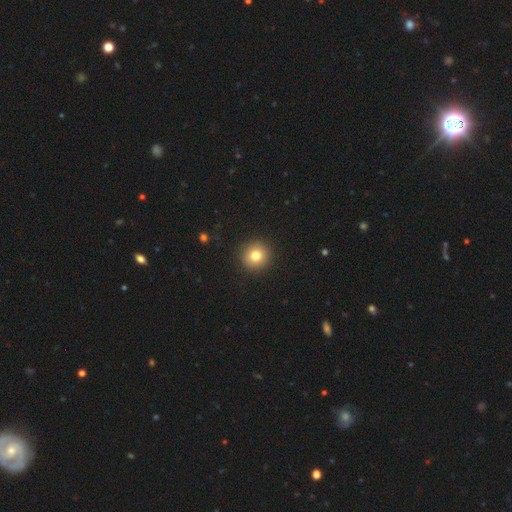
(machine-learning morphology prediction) smooth-or-featured: smooth: 80% | star or artifact: 11% | featured or disk: 9%
  how-rounded: round: 93% | in between: 6% | cigar-shaped: 1%
  merging: none: 92% | minor disturbance: 5% | major disturbance: 2% | merger: 1%